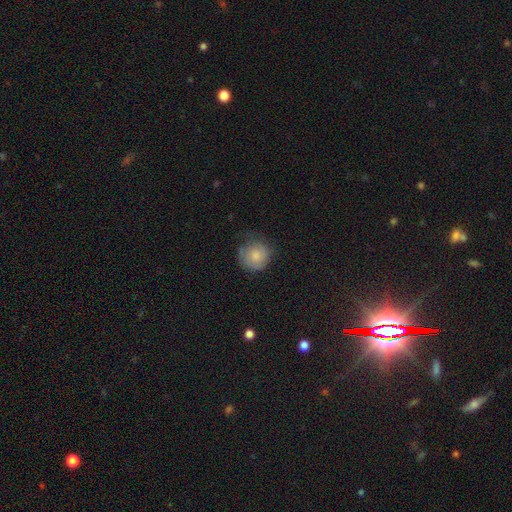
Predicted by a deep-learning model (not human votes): Smooth or featured? Predicted: smooth (p=0.76). How rounded? Predicted: round (p=0.90). Merging? Predicted: none (p=0.60).